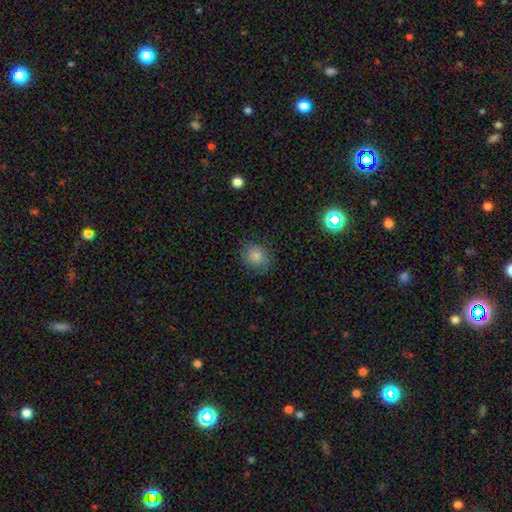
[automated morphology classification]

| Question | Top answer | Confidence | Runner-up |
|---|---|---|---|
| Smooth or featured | smooth | 75% | star or artifact (14%) |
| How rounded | round | 64% | in between (35%) |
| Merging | none | 75% | minor disturbance (18%) |